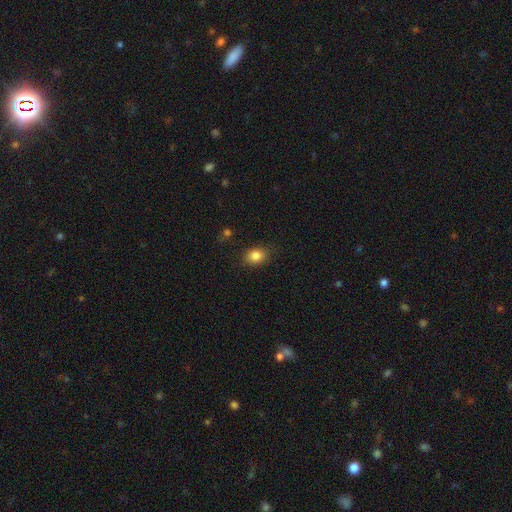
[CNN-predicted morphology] smooth-or-featured: smooth: 84% | star or artifact: 10% | featured or disk: 6%
  how-rounded: in between: 62% | round: 37% | cigar-shaped: 1%
  merging: none: 84% | minor disturbance: 12% | major disturbance: 3% | merger: 2%